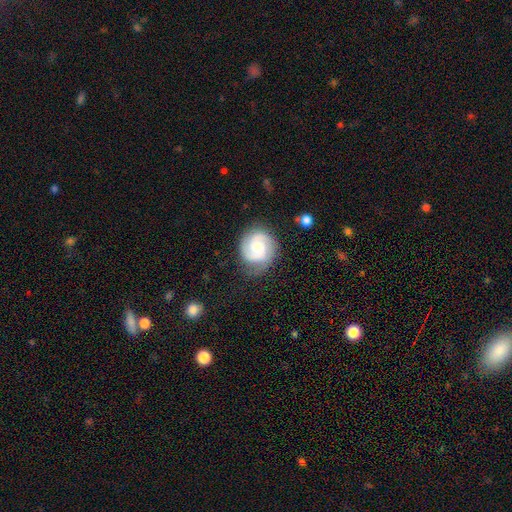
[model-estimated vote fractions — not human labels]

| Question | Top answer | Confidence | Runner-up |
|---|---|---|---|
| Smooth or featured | featured or disk | 82% | smooth (13%) |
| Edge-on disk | no | 98% | yes (2%) |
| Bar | no | 53% | weak (39%) |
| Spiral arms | yes | 97% | no (3%) |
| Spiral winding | tight | 50% | medium (42%) |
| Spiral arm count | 2 | 82% | 3 (8%) |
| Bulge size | moderate | 48% | small (35%) |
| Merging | none | 75% | minor disturbance (18%) |